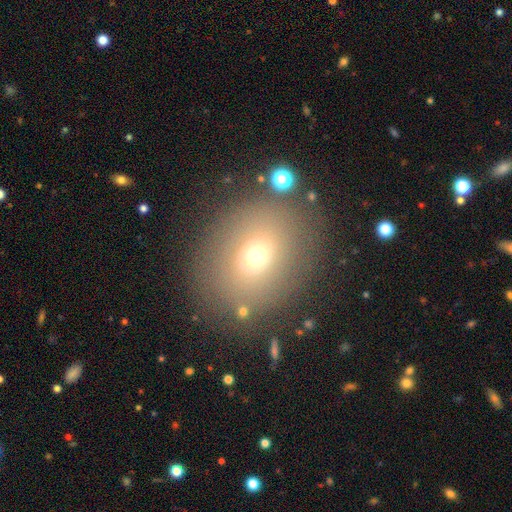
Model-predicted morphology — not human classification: This is likely a smooth galaxy (63%). How rounded: possibly round (58%). Merging: likely none (78%).